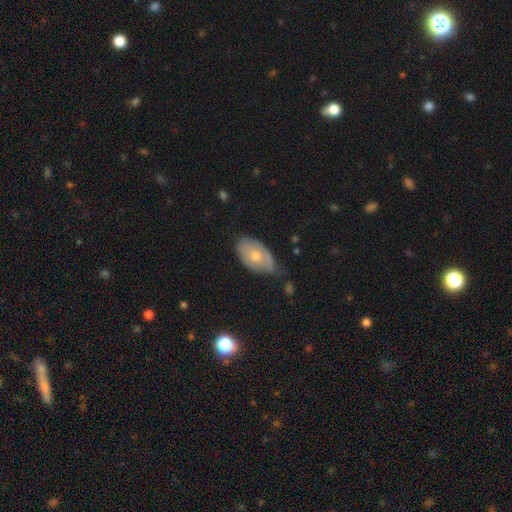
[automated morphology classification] Smooth or featured: smooth — 55% (featured or disk — 38%)
How rounded: in between — 92% (round — 7%)
Merging: none — 54% (minor disturbance — 36%)